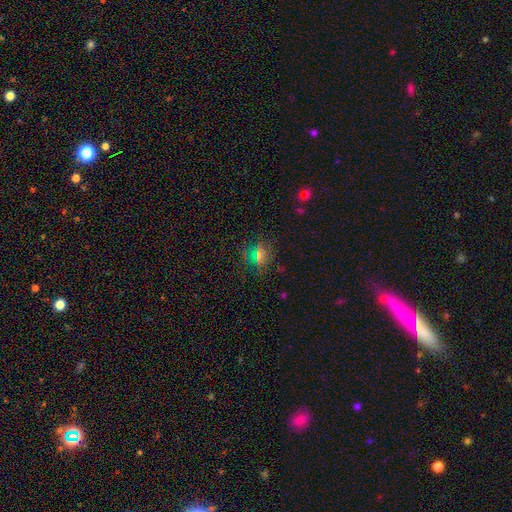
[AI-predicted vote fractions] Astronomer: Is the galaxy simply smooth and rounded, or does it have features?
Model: smooth — 51% (runner-up: star or artifact, 35%).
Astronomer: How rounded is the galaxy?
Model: round — 73%.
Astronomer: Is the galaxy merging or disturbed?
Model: none — 82%.